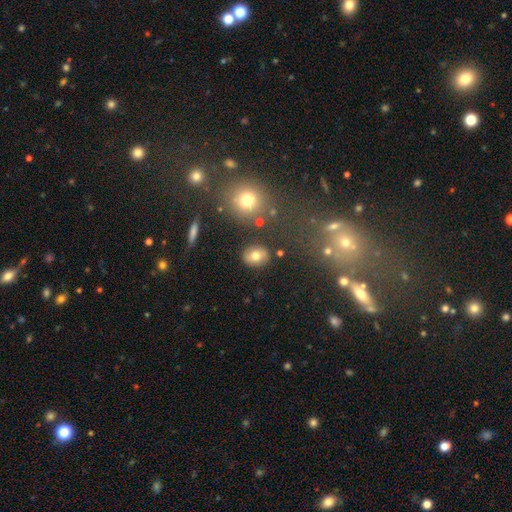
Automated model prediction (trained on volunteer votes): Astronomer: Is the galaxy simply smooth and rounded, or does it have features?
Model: smooth — 74%.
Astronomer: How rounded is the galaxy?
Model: in between — 50% (runner-up: round, 48%).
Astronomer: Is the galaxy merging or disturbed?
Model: none — 85%.